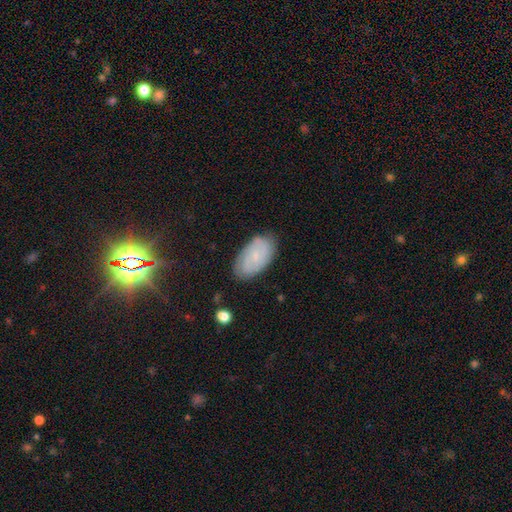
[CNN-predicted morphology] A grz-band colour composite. It shows a featured or disk galaxy (51%). Merging: none (80%).